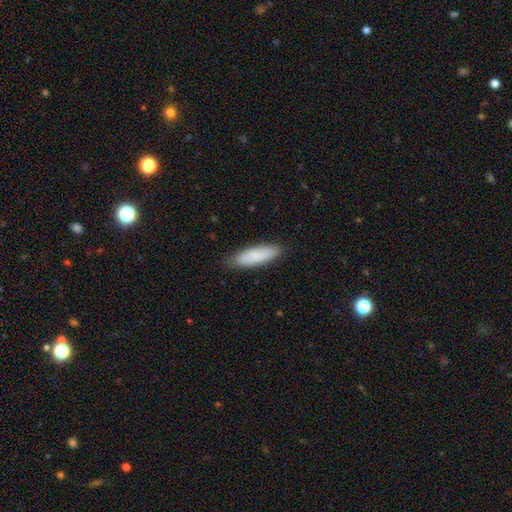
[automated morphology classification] type=smooth (84%); roundness=cigar-shaped (53%); merging=none (86%).